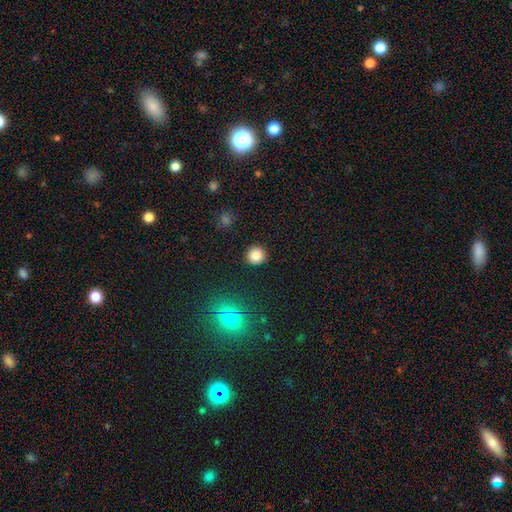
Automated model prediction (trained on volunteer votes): Smooth or featured? Predicted: smooth (p=0.85). How rounded? Predicted: round (p=0.92). Merging? Predicted: none (p=0.91).